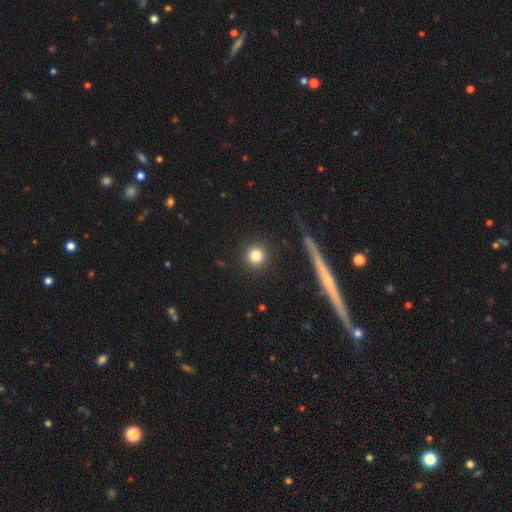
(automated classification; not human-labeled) Smooth or featured: smooth — 83% (star or artifact — 10%)
How rounded: round — 94% (in between — 5%)
Merging: none — 90% (minor disturbance — 5%)